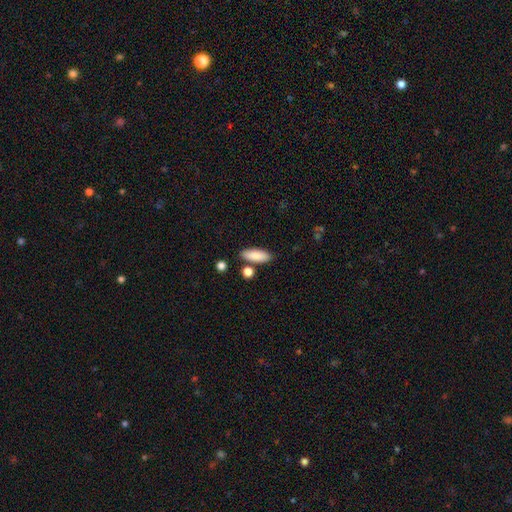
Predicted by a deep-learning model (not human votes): The model was most divided on "how rounded": in between: 66%, cigar-shaped: 31%, round: 3%. More confident: smooth or featured — smooth (87%); merging — none (79%).